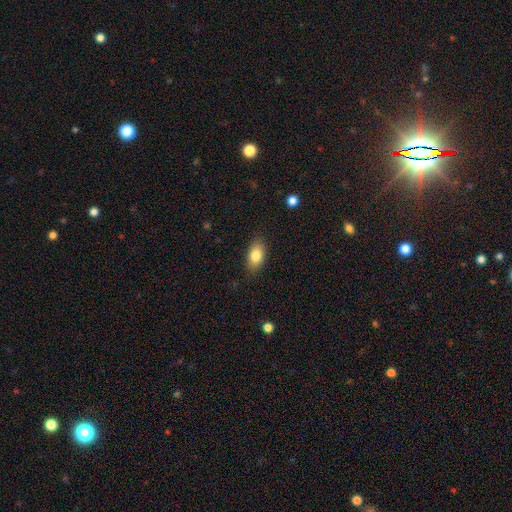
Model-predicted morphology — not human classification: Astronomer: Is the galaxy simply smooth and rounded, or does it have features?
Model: smooth — 83%.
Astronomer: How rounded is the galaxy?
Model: in between — 90%.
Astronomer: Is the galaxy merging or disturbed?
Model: none — 85%.